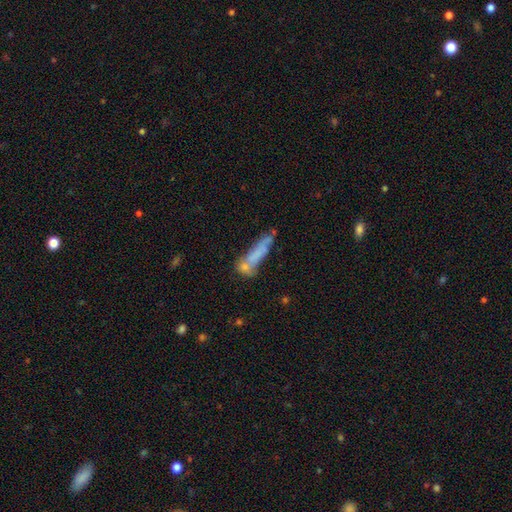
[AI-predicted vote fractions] Q: Smooth or featured?
A: smooth (62%); runner-up: featured or disk (29%)
Q: How rounded?
A: cigar-shaped (76%); runner-up: in between (21%)
Q: Merging?
A: none (41%); runner-up: merger (30%)